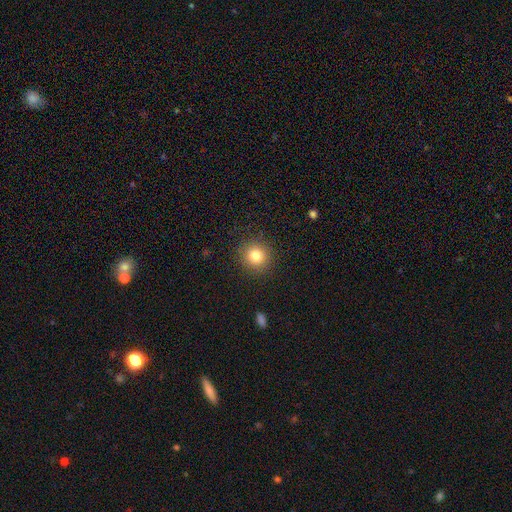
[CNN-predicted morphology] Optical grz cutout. It shows a smooth galaxy with no disk features (82%) that is round (90%). Merging: none (90%).